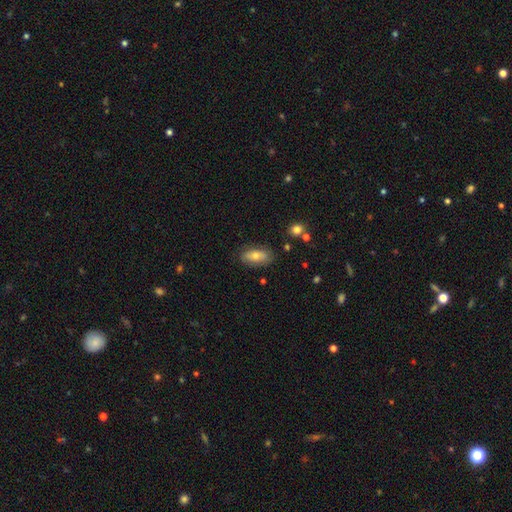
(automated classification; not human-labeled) Overall: smooth (67%). How rounded: in between (89%). Merging: none (80%).